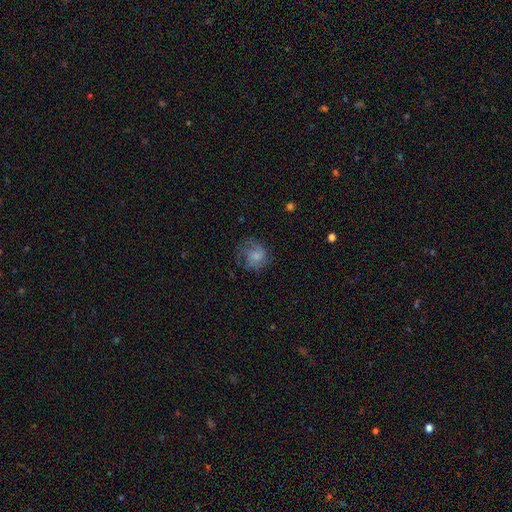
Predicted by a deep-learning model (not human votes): smooth-or-featured: smooth: 60% | featured or disk: 30% | star or artifact: 10%
  how-rounded: round: 77% | in between: 22% | cigar-shaped: 1%
  merging: none: 57% | minor disturbance: 23% | major disturbance: 19% | merger: 1%